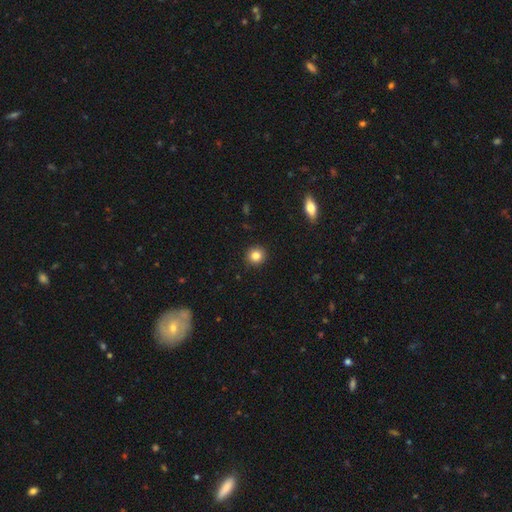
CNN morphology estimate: Smooth or featured? smooth (83%)
How rounded? round (91%)
Merging? none (92%)